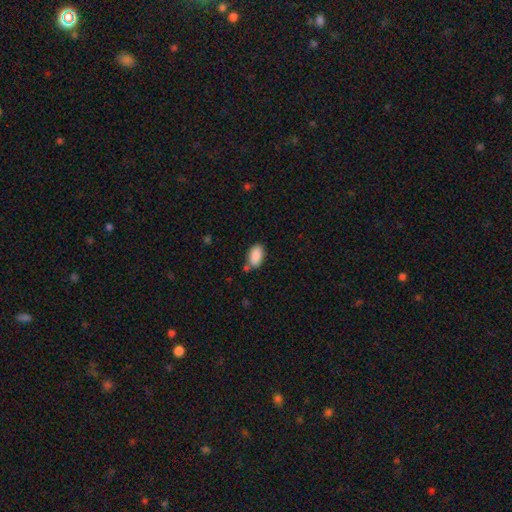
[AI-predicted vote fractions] Overall: smooth (89%). How rounded: in between (94%). Merging: none (71%).